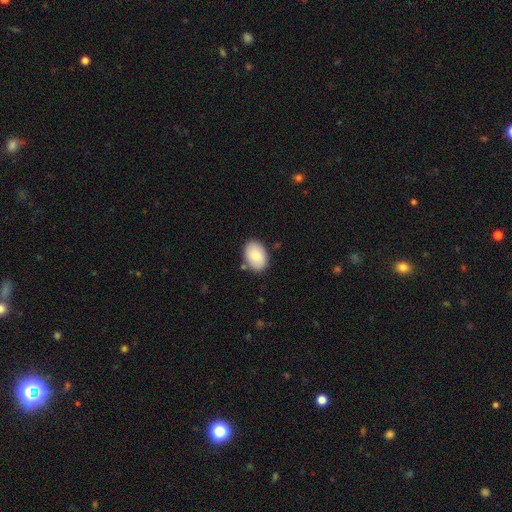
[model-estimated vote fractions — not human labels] Overall: smooth (83%). How rounded: in between (86%). Merging: none (81%).